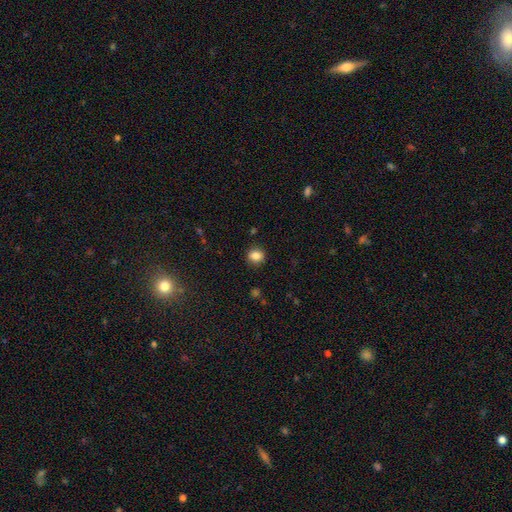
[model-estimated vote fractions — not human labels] Morphology: type=smooth (84%); roundness=round (75%); merging=none (88%).